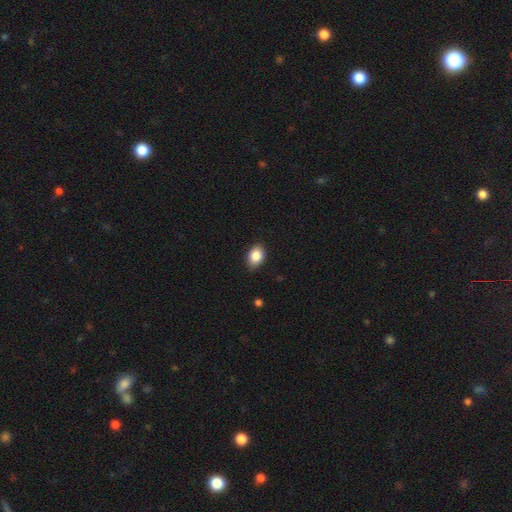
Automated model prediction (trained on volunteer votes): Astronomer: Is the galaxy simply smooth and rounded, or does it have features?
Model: smooth — 85%.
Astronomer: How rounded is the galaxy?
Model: in between — 78%.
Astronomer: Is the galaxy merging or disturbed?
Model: none — 85%.